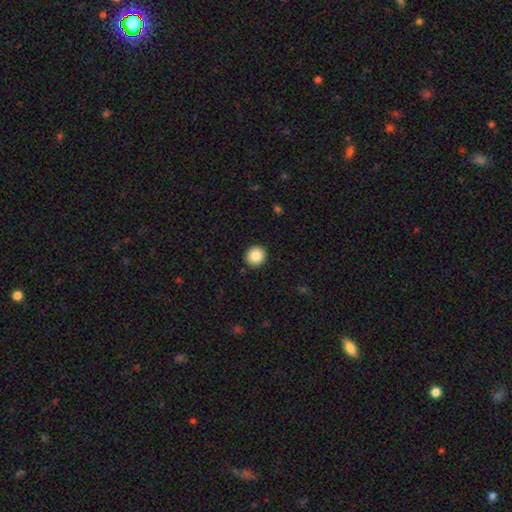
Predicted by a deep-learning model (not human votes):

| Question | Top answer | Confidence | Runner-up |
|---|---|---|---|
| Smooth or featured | smooth | 86% | star or artifact (9%) |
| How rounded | round | 92% | in between (7%) |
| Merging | none | 92% | minor disturbance (5%) |